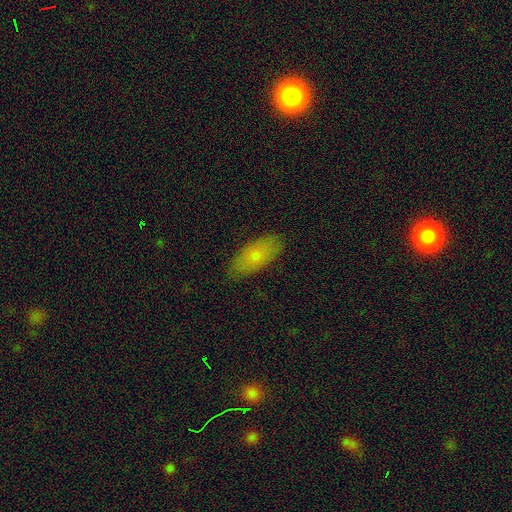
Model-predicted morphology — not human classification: This appears to be a smooth galaxy with no disk features (75%) that is in between round and cigar-shaped (84%). Merging: none (85%).